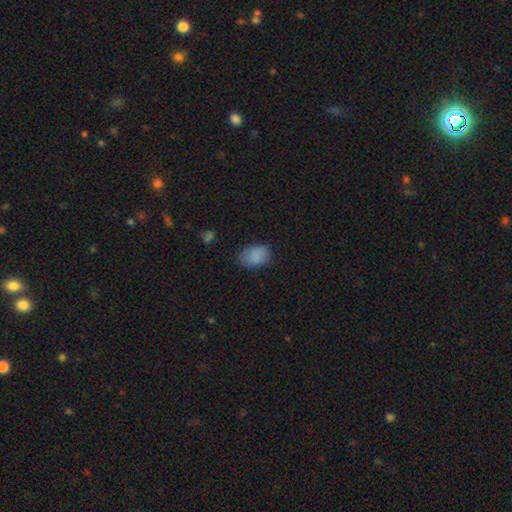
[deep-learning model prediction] smooth_or_featured: smooth (p=0.87) [alt: star or artifact p=0.08]
how_rounded: in between (p=0.75) [alt: round p=0.24]
merging: none (p=0.80) [alt: minor disturbance p=0.15]